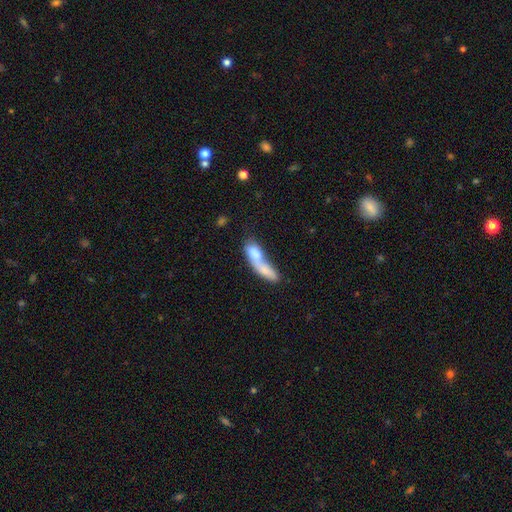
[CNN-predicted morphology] type=smooth (69%); roundness=cigar-shaped (48%); merging=merger (68%).